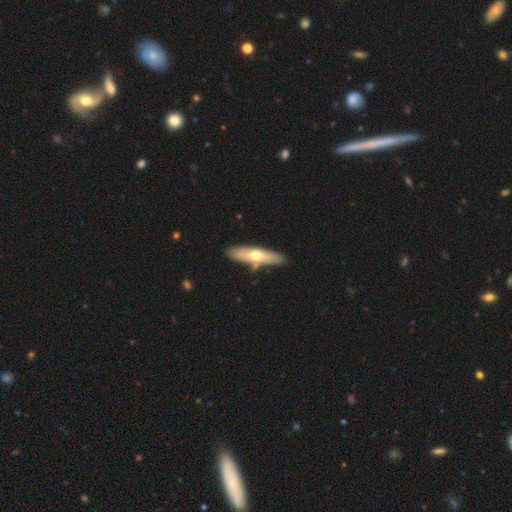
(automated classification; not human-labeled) smooth_or_featured: smooth (p=0.51) [alt: featured or disk p=0.44]
how_rounded: cigar-shaped (p=0.73) [alt: in between p=0.25]
merging: none (p=0.80) [alt: minor disturbance p=0.12]